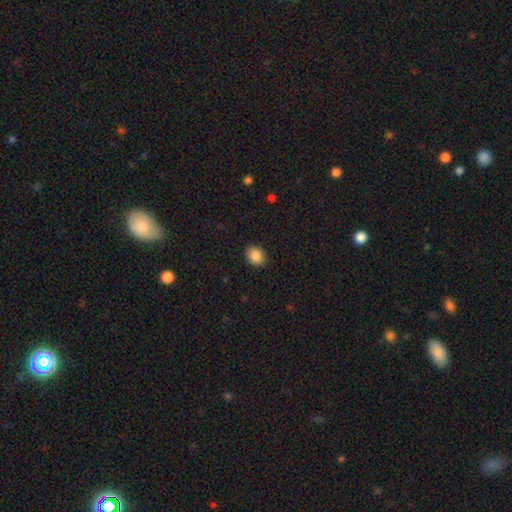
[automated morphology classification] Q: Smooth or featured?
A: smooth (88%); runner-up: star or artifact (9%)
Q: How rounded?
A: round (62%); runner-up: in between (37%)
Q: Merging?
A: none (89%); runner-up: minor disturbance (8%)